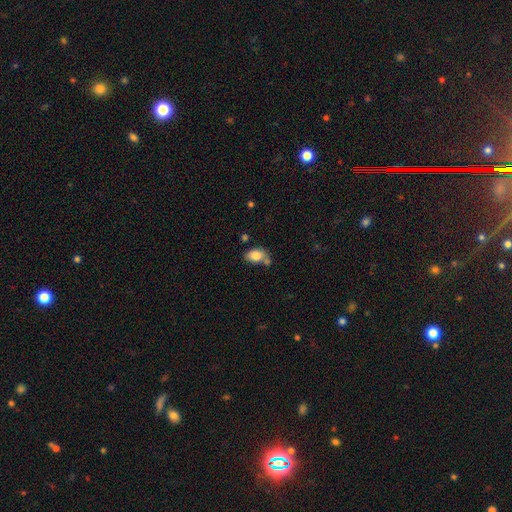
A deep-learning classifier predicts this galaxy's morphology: Smooth or featured?
  - smooth: 81% *
  - featured or disk: 11%
  - star or artifact: 8%
How rounded?
  - in between: 85% *
  - round: 14%
  - cigar-shaped: 1%
Merging?
  - none: 54% *
  - merger: 21%
  - minor disturbance: 20%
  - major disturbance: 6%